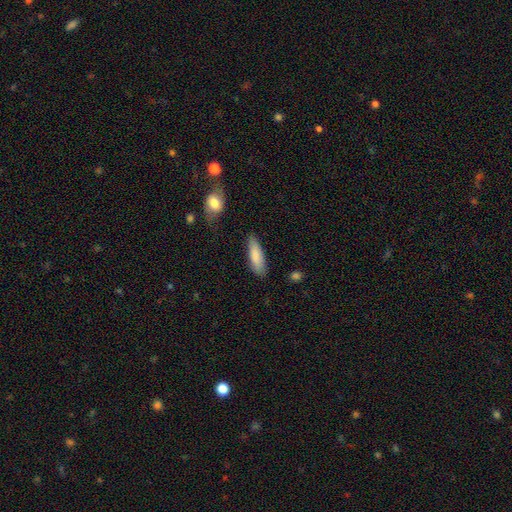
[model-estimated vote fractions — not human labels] This appears to be a smooth galaxy with no disk features (84%) that is cigar-shaped (52%). Merging: none (79%).